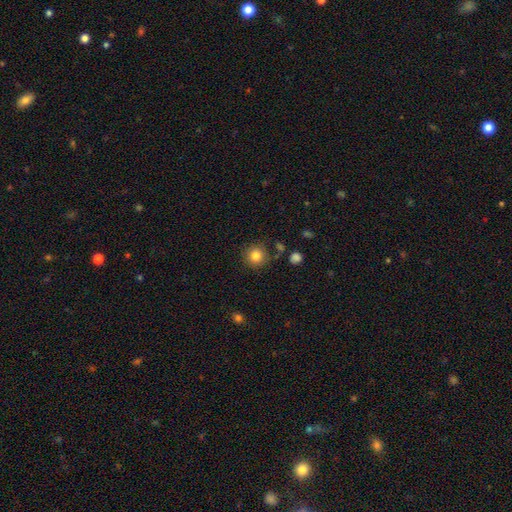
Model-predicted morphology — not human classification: Smooth or featured? Predicted: smooth (p=0.83). How rounded? Predicted: round (p=0.93). Merging? Predicted: none (p=0.83).